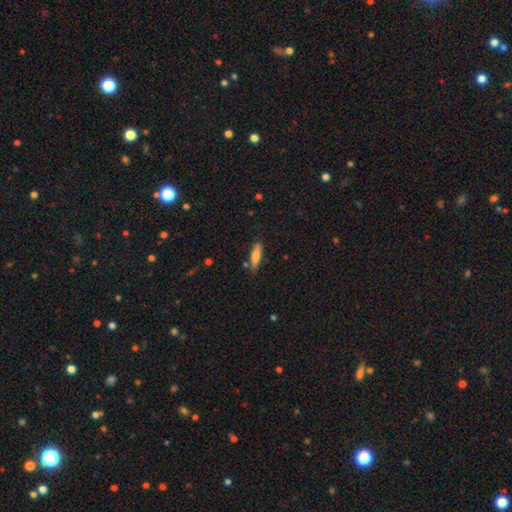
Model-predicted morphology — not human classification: Overall: smooth (71%). How rounded: cigar-shaped (71%). Merging: none (80%).